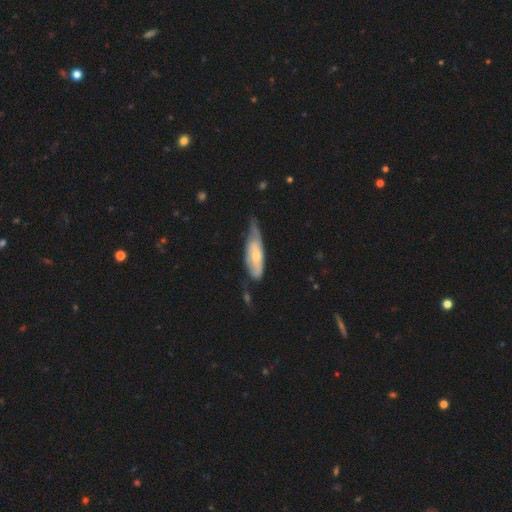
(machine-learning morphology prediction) Smooth or featured? featured or disk (49%)
Merging? minor disturbance (43%)